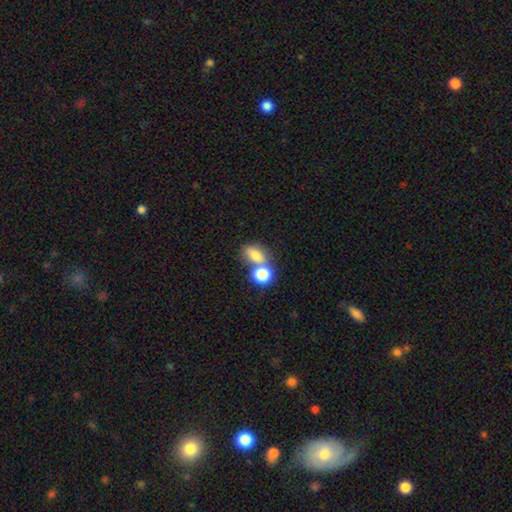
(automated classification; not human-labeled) smooth_or_featured: smooth (p=0.78) [alt: star or artifact p=0.12]
how_rounded: in between (p=0.71) [alt: round p=0.27]
merging: merger (p=0.47) [alt: none p=0.38]